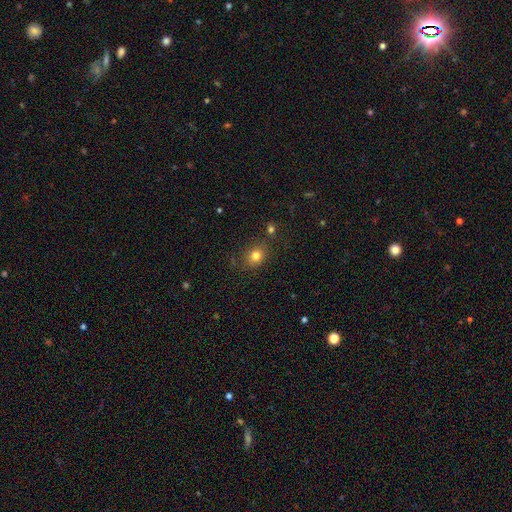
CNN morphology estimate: smooth-or-featured: smooth: 79% | star or artifact: 13% | featured or disk: 8%
  how-rounded: round: 63% | in between: 36% | cigar-shaped: 1%
  merging: none: 80% | minor disturbance: 12% | merger: 4% | major disturbance: 4%